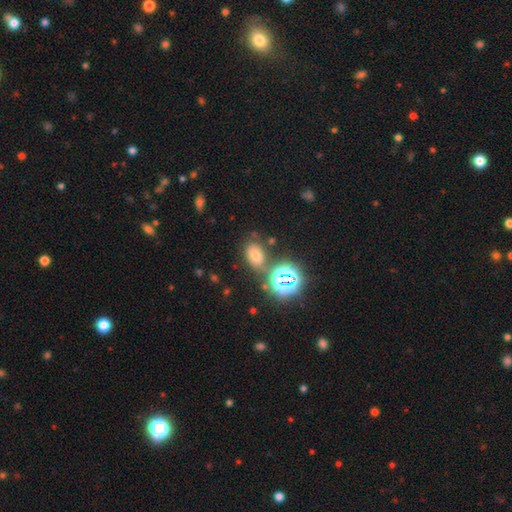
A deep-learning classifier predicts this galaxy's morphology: The model was most divided on "smooth or featured": smooth: 59%, star or artifact: 29%, featured or disk: 12%. More confident: how rounded — in between (76%); merging — none (69%).